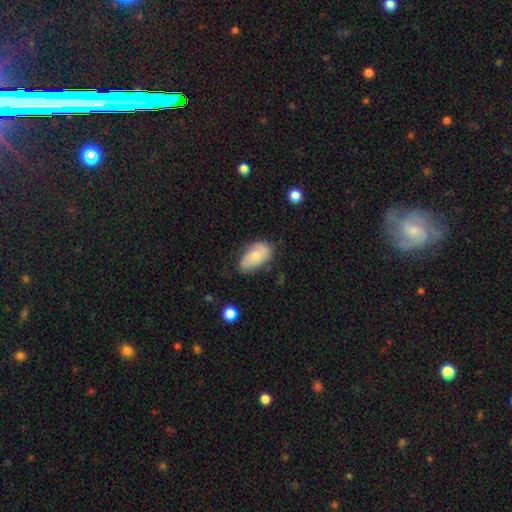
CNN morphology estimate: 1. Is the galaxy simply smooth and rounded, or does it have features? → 52% smooth, 41% featured or disk, 7% star or artifact.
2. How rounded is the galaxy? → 92% in between, 6% round, 2% cigar-shaped.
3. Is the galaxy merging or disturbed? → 56% none, 33% minor disturbance, 9% major disturbance, 2% merger.